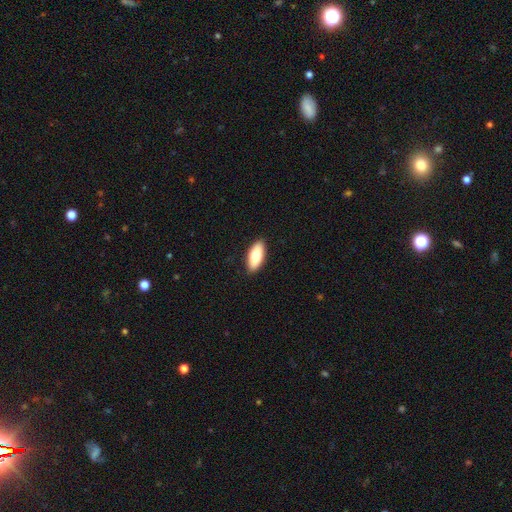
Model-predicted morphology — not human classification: This appears to be a smooth galaxy with no disk features (81%) that is in between round and cigar-shaped (85%). Merging: none (90%).